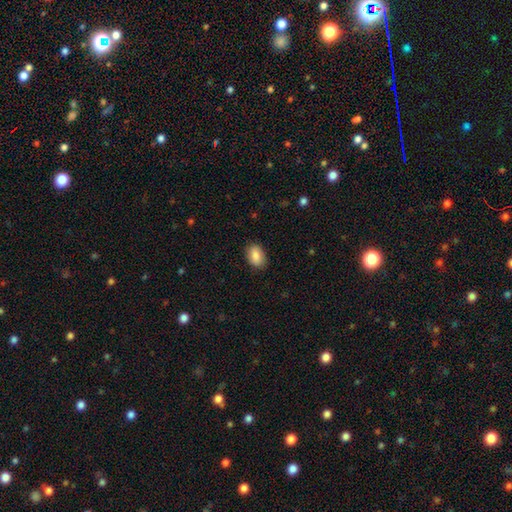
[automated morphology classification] Smooth or featured? smooth (88%)
How rounded? in between (88%)
Merging? none (87%)